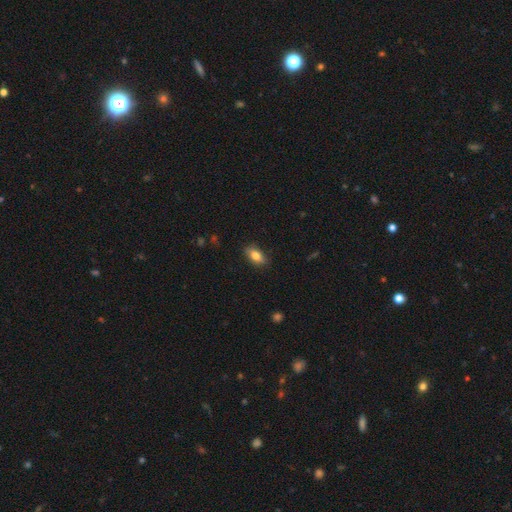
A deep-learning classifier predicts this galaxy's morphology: This appears to be a smooth galaxy with no disk features (79%) that is in between round and cigar-shaped (87%). Merging: none (85%).